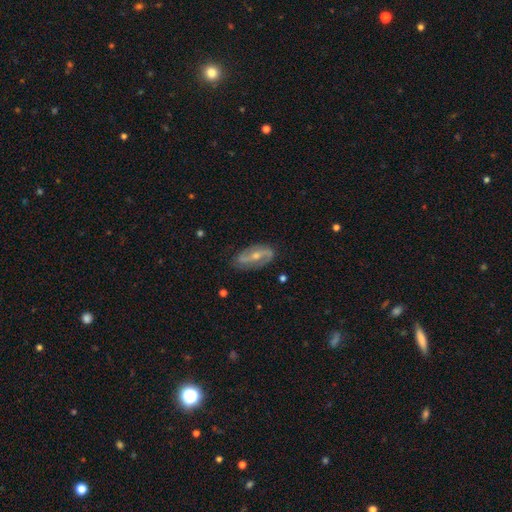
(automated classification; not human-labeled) A featured or disk galaxy (83%) with a strong bar (37%), 2 (90%) loose (42%) spiral arms (92%) and a moderate central bulge (49%). Merging: none (82%).